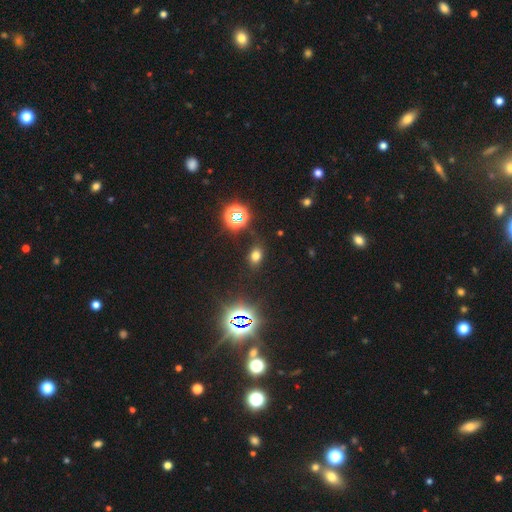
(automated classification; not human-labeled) Smooth or featured? smooth (67%)
How rounded? in between (68%)
Merging? none (82%)